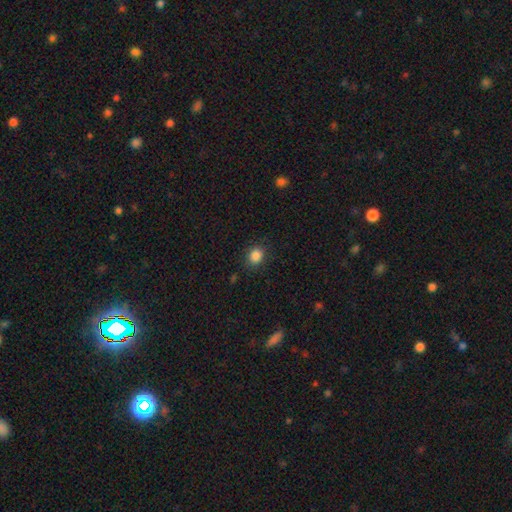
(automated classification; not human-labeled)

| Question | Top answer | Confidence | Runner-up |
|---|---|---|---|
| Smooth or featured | smooth | 86% | star or artifact (11%) |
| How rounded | round | 63% | in between (36%) |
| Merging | none | 85% | minor disturbance (10%) |